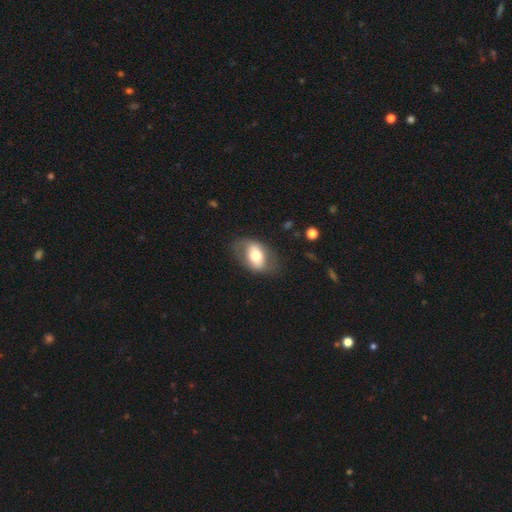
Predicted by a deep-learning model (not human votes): This appears to be a smooth galaxy with no disk features (54%) that is in between round and cigar-shaped (85%). Merging: none (68%).